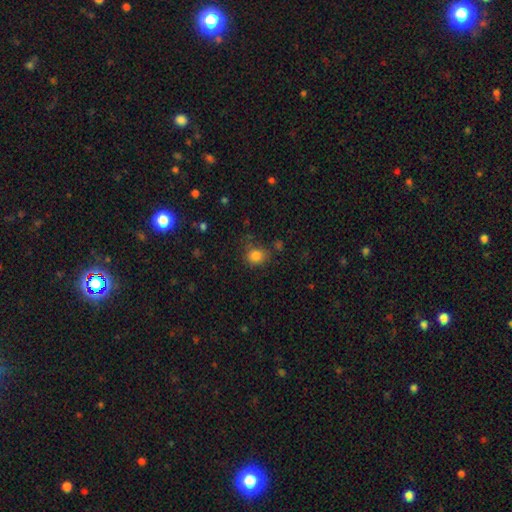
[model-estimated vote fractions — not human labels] The model was most divided on "how rounded": round: 74%, in between: 25%, cigar-shaped: 1%. More confident: smooth or featured — smooth (83%); merging — none (71%).